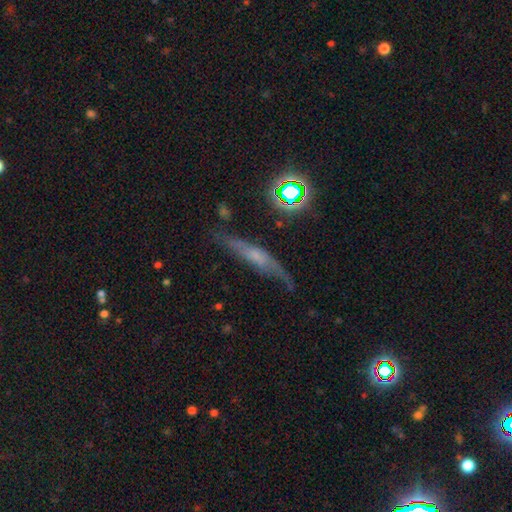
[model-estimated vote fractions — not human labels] A featured or disk galaxy (53%) viewed edge-on (72%). Merging: none (62%).